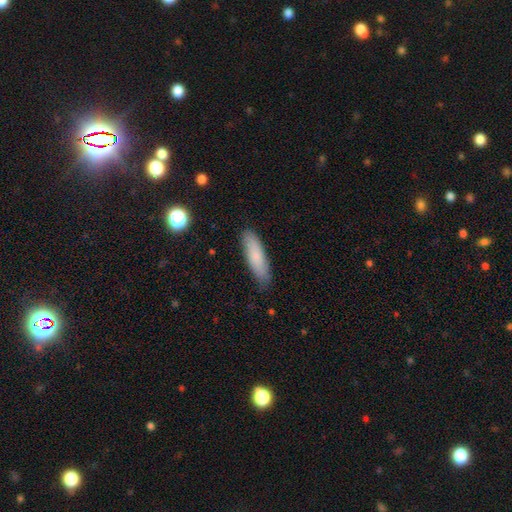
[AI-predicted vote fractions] Smooth or featured?
  - smooth: 82% *
  - featured or disk: 12%
  - star or artifact: 7%
How rounded?
  - cigar-shaped: 62% *
  - in between: 37%
  - round: 2%
Merging?
  - none: 85% *
  - minor disturbance: 12%
  - major disturbance: 2%
  - merger: 1%